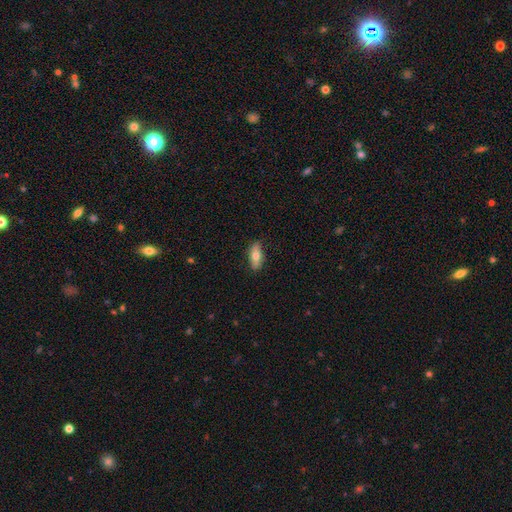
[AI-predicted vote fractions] Q: Smooth or featured?
A: smooth (71%); runner-up: featured or disk (23%)
Q: How rounded?
A: in between (75%); runner-up: cigar-shaped (22%)
Q: Merging?
A: none (86%); runner-up: minor disturbance (11%)